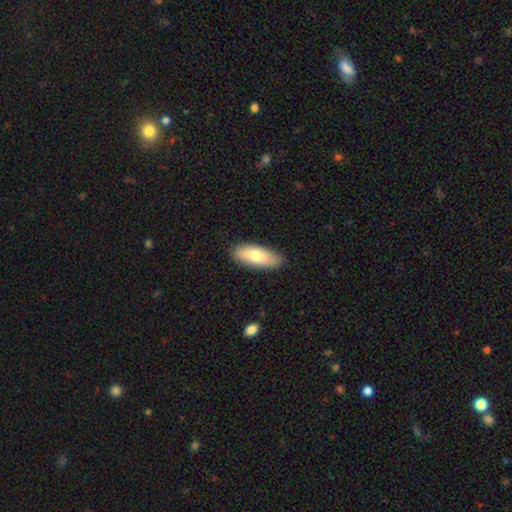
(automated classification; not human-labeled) Smooth or featured: smooth — 75% (featured or disk — 19%)
How rounded: in between — 77% (cigar-shaped — 21%)
Merging: none — 88% (minor disturbance — 9%)